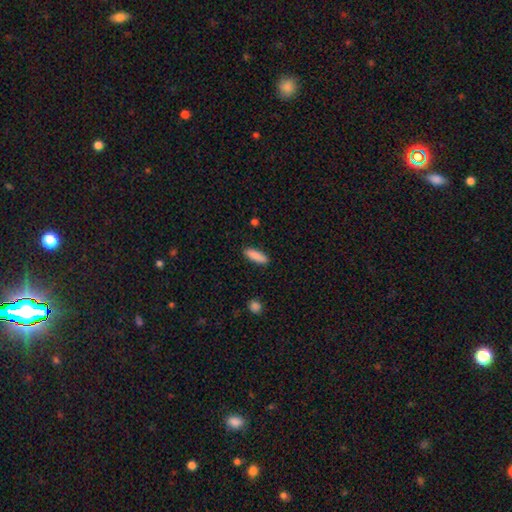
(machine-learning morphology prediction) The model was most divided on "how rounded": cigar-shaped: 53%, in between: 46%, round: 2%. More confident: smooth or featured — smooth (89%); merging — none (89%).